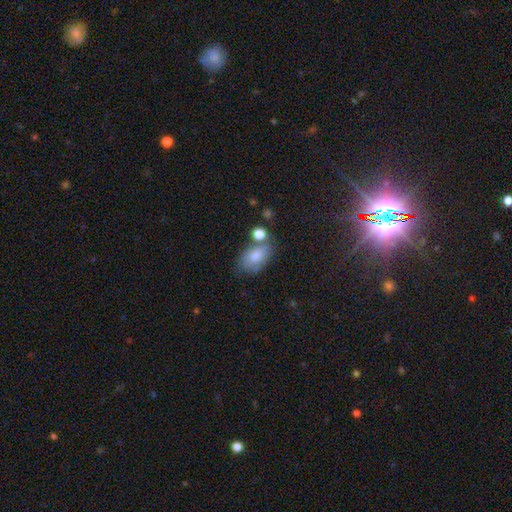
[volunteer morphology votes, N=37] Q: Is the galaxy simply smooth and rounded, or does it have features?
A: smooth — 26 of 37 (70%).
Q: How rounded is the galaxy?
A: in between — 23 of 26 (88%).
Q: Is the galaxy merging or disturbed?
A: none — 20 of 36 (56%).